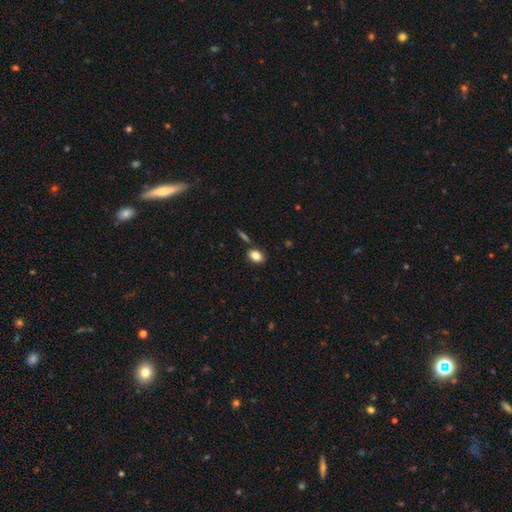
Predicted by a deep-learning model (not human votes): Smooth or featured?
  - smooth: 84% *
  - star or artifact: 9%
  - featured or disk: 7%
How rounded?
  - in between: 72% *
  - round: 26%
  - cigar-shaped: 2%
Merging?
  - none: 80% *
  - minor disturbance: 11%
  - merger: 7%
  - major disturbance: 3%